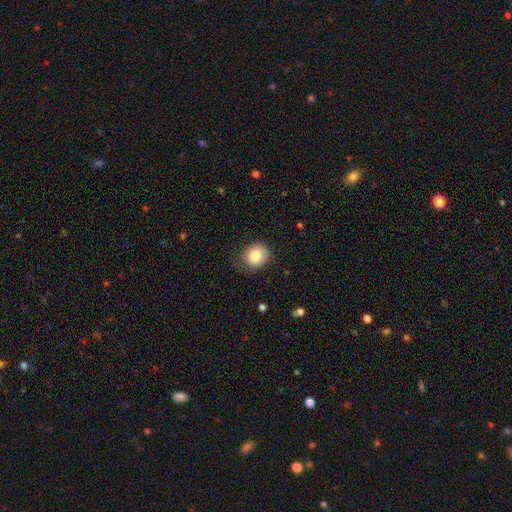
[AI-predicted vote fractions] The model was most divided on "merging": none: 71%, minor disturbance: 22%, major disturbance: 6%, merger: 1%. More confident: smooth or featured — smooth (83%); how rounded — round (74%).